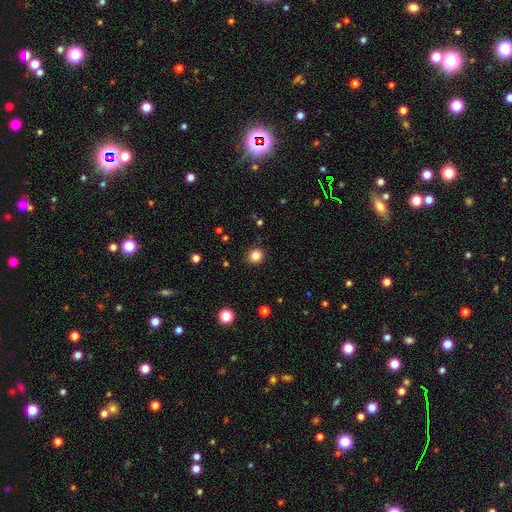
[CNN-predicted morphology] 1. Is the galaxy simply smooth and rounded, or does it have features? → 84% smooth, 12% star or artifact, 4% featured or disk.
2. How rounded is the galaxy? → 85% round, 14% in between, 1% cigar-shaped.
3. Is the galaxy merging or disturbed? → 90% none, 7% minor disturbance, 2% major disturbance, 1% merger.